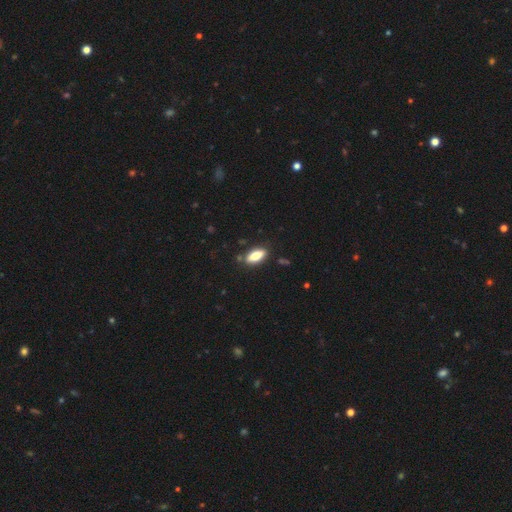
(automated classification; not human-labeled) smooth 79%, featured or disk 14%, star or artifact 7%. Down the decision tree: how rounded — in between (83%); merging — none (84%).